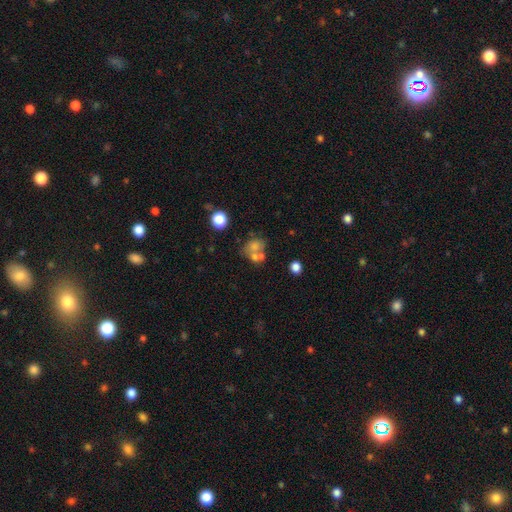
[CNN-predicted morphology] Overall: smooth (61%; featured or disk 25%). How rounded: round (60%; in between 39%). Merging: merger (48%; none 33%).